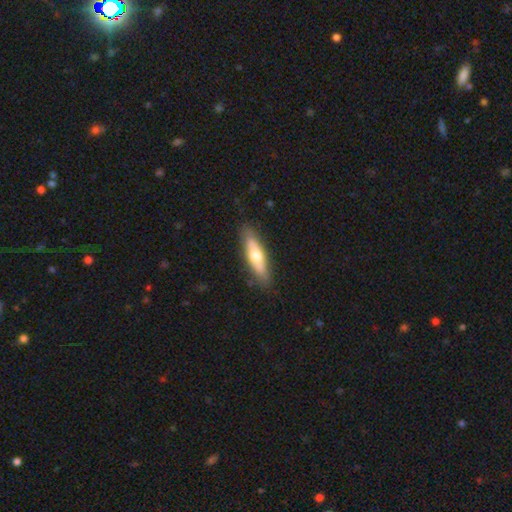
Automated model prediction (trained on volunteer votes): smooth_or_featured: smooth (p=0.51) [alt: featured or disk p=0.43]
how_rounded: cigar-shaped (p=0.64) [alt: in between p=0.34]
merging: none (p=0.86) [alt: minor disturbance p=0.11]